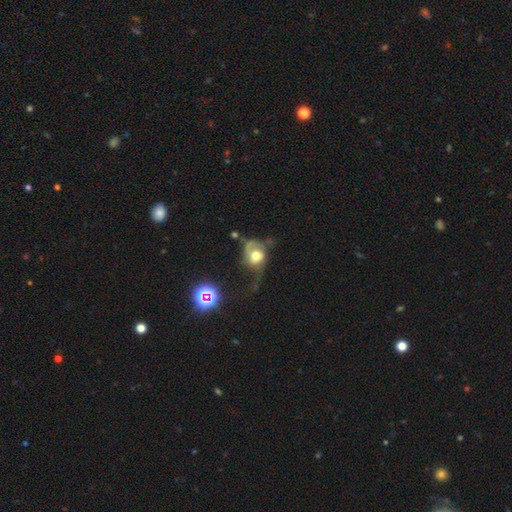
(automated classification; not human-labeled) This is possibly a featured or disk galaxy (47%). Merging: possibly major disturbance (48%).